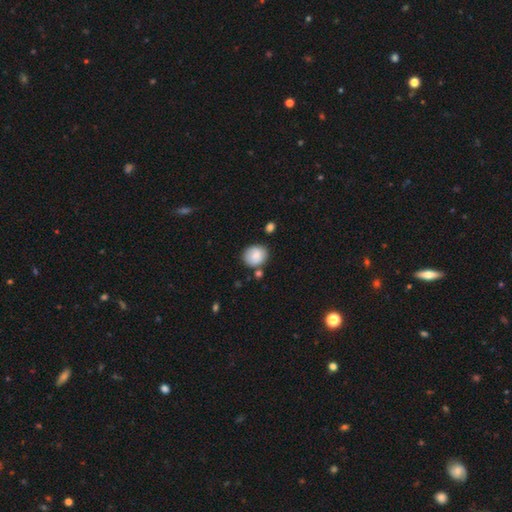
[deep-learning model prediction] Smooth or featured? smooth (82%)
How rounded? round (66%)
Merging? none (72%)